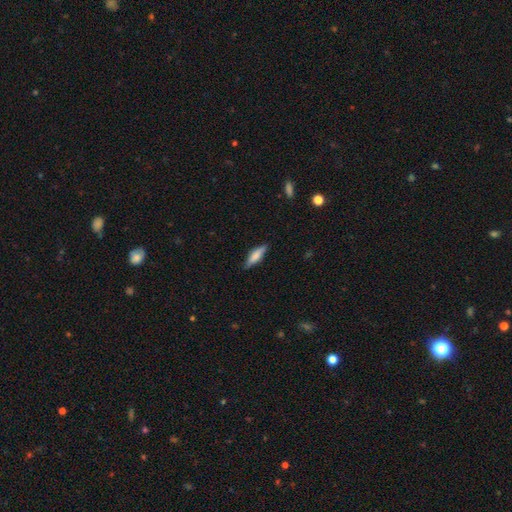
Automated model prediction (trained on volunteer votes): A smooth galaxy with no disk features (72%) that is cigar-shaped (59%).

Vote fractions:
- Smooth or featured? smooth: 72% / featured or disk: 21% / star or artifact: 6%
- How rounded? cigar-shaped: 59% / in between: 39% / round: 2%
- Merging? none: 82% / minor disturbance: 14% / major disturbance: 2% / merger: 1%